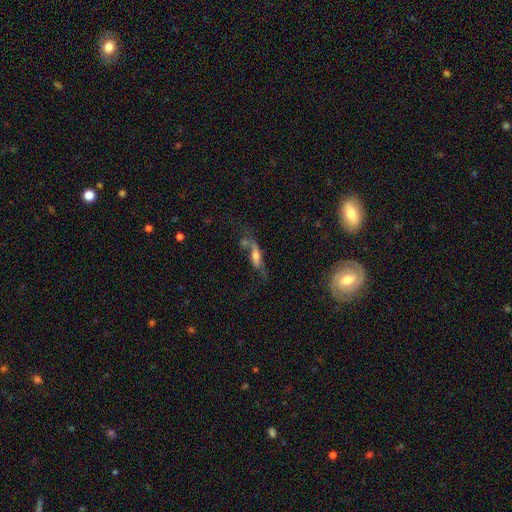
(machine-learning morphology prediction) Smooth or featured? featured or disk (52%)
Edge-on disk? yes (57%)
Merging? none (36%)